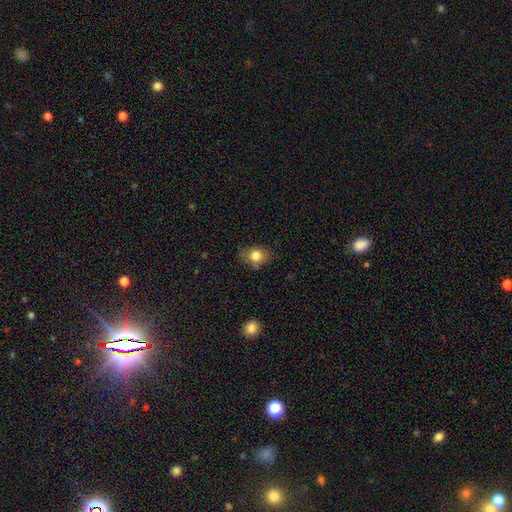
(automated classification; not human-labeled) smooth_or_featured: smooth (p=0.80) [alt: star or artifact p=0.10]
how_rounded: in between (p=0.51) [alt: round p=0.48]
merging: none (p=0.71) [alt: minor disturbance p=0.22]